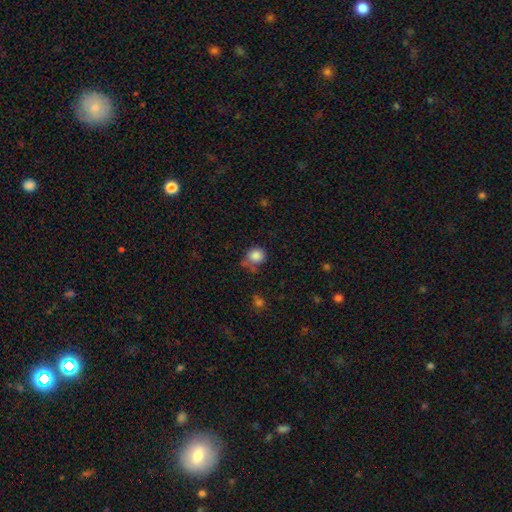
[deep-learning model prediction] A smooth galaxy with no disk features (85%) that is round (81%).

Vote fractions:
- Smooth or featured? smooth: 85% / star or artifact: 10% / featured or disk: 6%
- How rounded? round: 81% / in between: 18% / cigar-shaped: 1%
- Merging? none: 57% / minor disturbance: 27% / major disturbance: 8% / merger: 8%